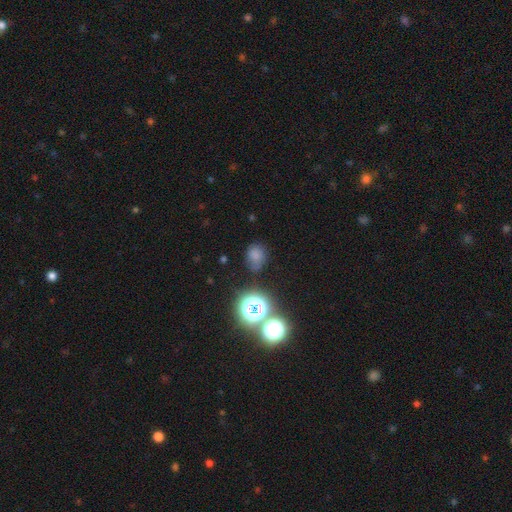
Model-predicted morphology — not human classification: smooth 65%, star or artifact 25%, featured or disk 10%. Down the decision tree: how rounded — round (53%); merging — none (59%).